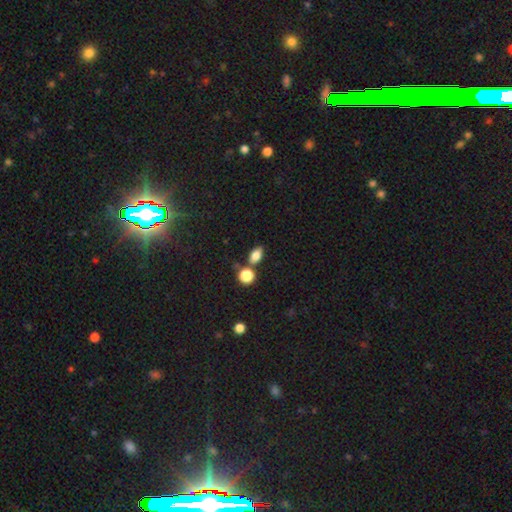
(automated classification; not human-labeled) This appears to be a smooth galaxy with no disk features (82%) that is in between round and cigar-shaped (82%). Merging: none (66%).